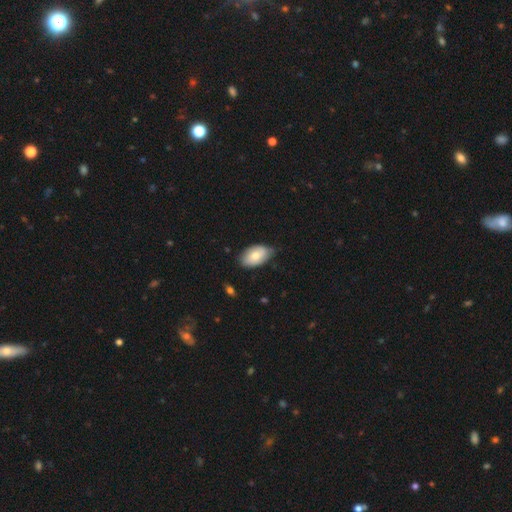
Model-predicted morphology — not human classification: This appears to be a smooth galaxy with no disk features (72%) that is in between round and cigar-shaped (94%). Merging: none (70%).